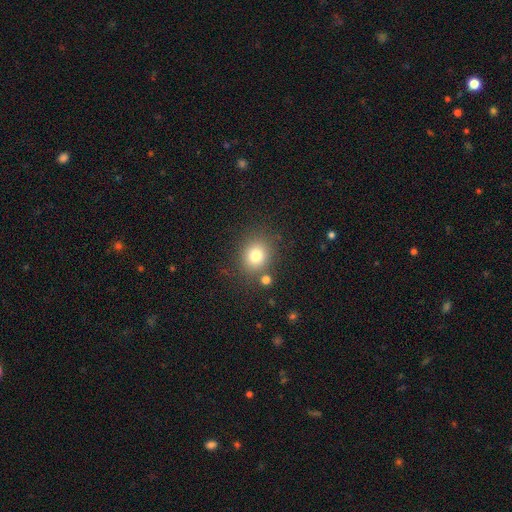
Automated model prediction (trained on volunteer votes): Smooth or featured? smooth (78%)
How rounded? round (72%)
Merging? none (80%)